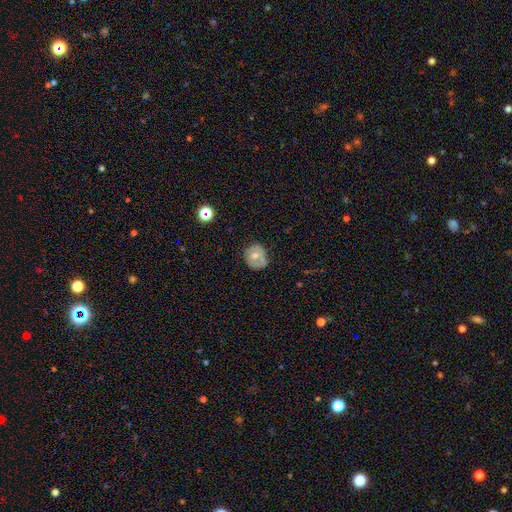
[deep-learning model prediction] Smooth or featured? smooth (60%)
How rounded? round (77%)
Merging? none (66%)